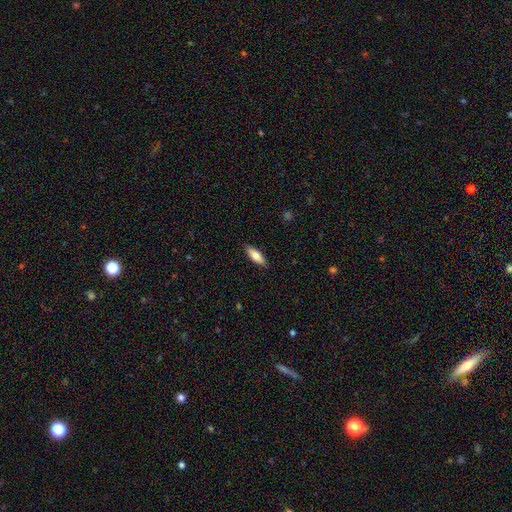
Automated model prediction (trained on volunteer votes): smooth-or-featured: smooth: 75% | featured or disk: 19% | star or artifact: 6%
  how-rounded: in between: 61% | cigar-shaped: 37% | round: 2%
  merging: none: 89% | minor disturbance: 9% | major disturbance: 2% | merger: 1%